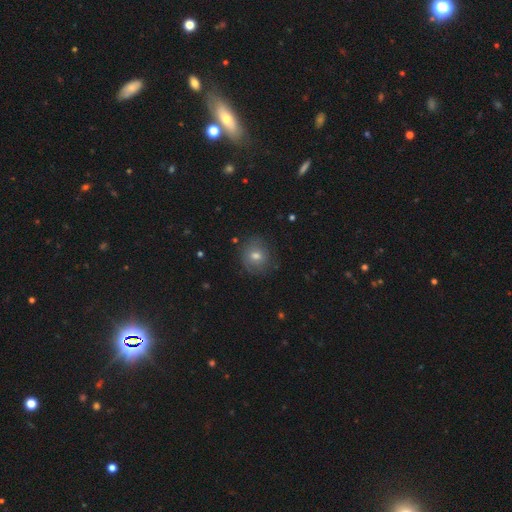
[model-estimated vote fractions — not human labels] This is likely a smooth galaxy (70%). How rounded: likely round (79%). Merging: likely none (78%).